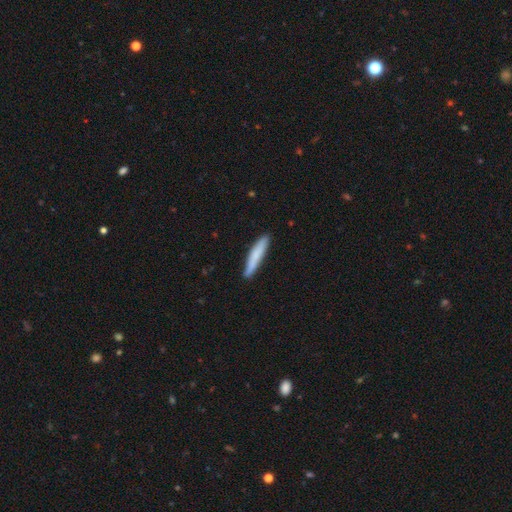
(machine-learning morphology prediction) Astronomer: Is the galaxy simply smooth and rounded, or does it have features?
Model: smooth — 74%.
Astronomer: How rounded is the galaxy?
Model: cigar-shaped — 92%.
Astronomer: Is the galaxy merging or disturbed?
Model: none — 88%.